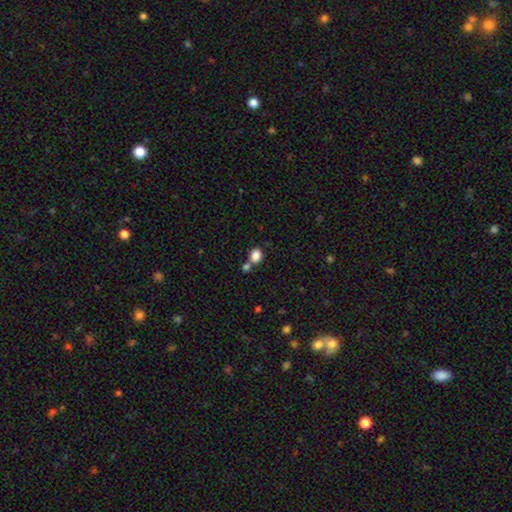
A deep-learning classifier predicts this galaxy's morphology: A smooth galaxy with no disk features (85%) that is in between round and cigar-shaped (52%).

Vote fractions:
- Smooth or featured? smooth: 85% / star or artifact: 10% / featured or disk: 5%
- How rounded? in between: 52% / round: 47% / cigar-shaped: 1%
- Merging? none: 57% / merger: 29% / minor disturbance: 10% / major disturbance: 4%